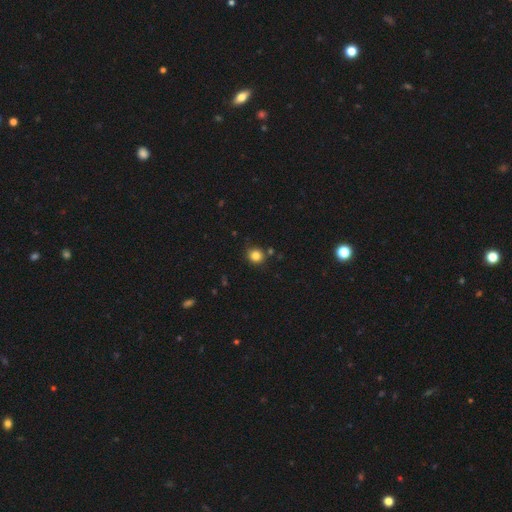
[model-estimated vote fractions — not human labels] Overall: smooth (83%). How rounded: round (84%). Merging: none (82%).